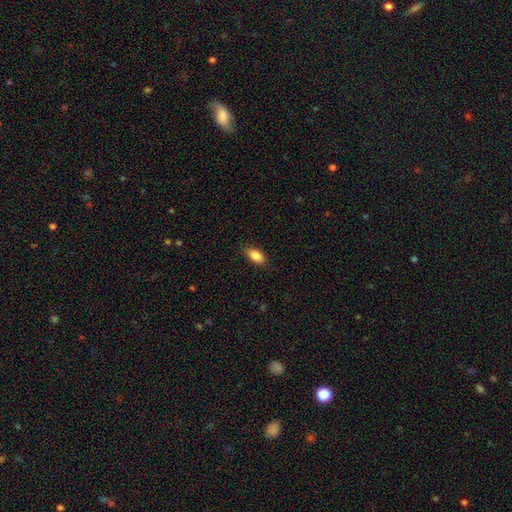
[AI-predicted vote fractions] This appears to be a smooth galaxy with no disk features (86%) that is in between round and cigar-shaped (89%). Merging: none (85%).